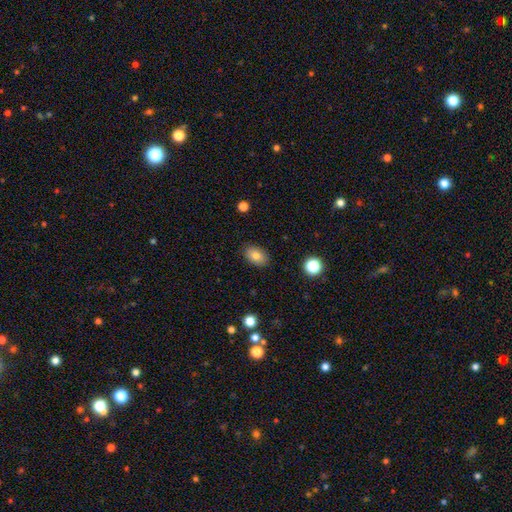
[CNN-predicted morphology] The model was most divided on "smooth or featured": smooth: 80%, featured or disk: 11%, star or artifact: 9%. More confident: merging — none (87%); how rounded — in between (84%).